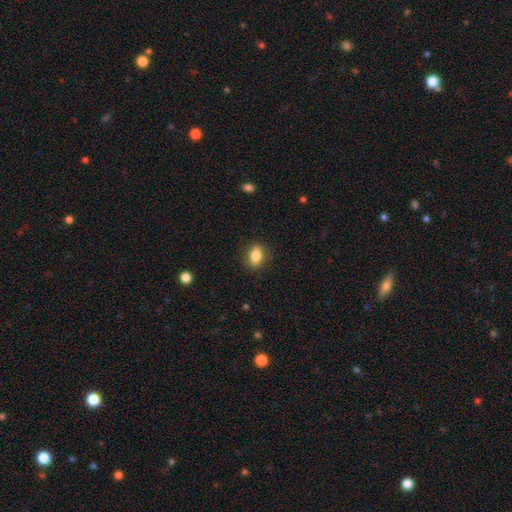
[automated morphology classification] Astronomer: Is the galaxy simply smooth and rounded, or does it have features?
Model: smooth — 85%.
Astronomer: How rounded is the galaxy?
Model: in between — 80%.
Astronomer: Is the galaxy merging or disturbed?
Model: none — 86%.